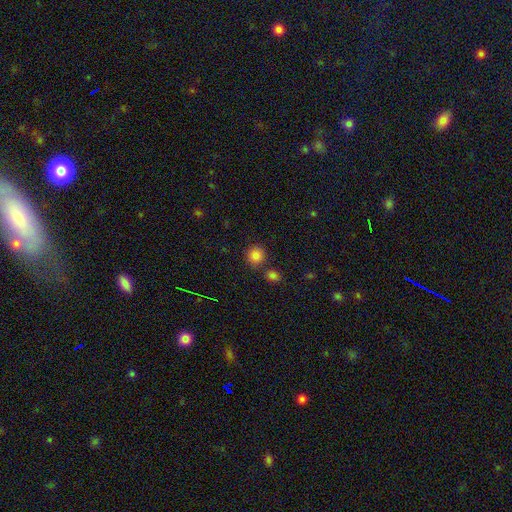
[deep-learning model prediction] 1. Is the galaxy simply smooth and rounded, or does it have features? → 83% smooth, 12% star or artifact, 5% featured or disk.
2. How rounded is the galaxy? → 89% round, 10% in between, 1% cigar-shaped.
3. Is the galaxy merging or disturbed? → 79% none, 10% merger, 8% minor disturbance, 3% major disturbance.